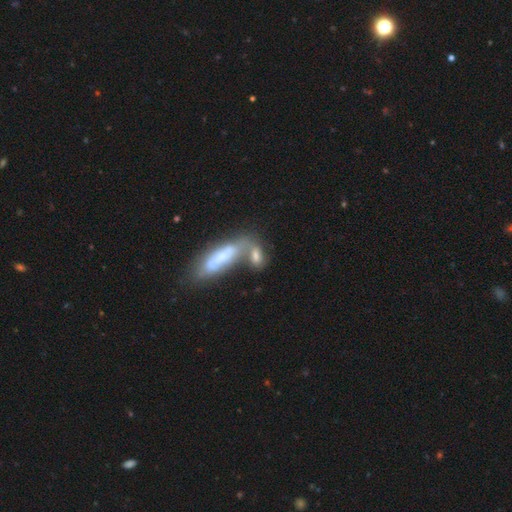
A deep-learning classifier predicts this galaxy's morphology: smooth 63%, featured or disk 27%, star or artifact 10%. Down the decision tree: how rounded — in between (68%); merging — merger (56%).